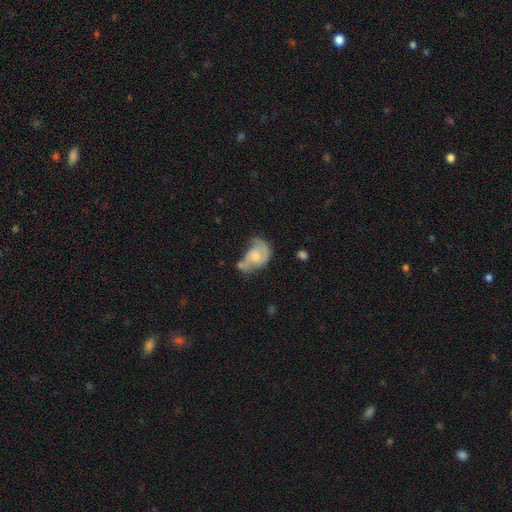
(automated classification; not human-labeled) This appears to be a featured or disk galaxy (54%) with no bar (72%), spiral arms (68%) and a moderate central bulge (43%). Merging: minor disturbance (26%, tied with major disturbance).